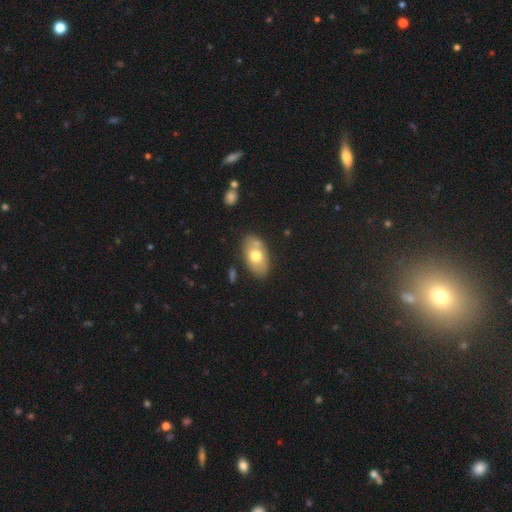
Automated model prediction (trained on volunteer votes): smooth 66%, featured or disk 27%, star or artifact 7%. Down the decision tree: how rounded — in between (91%); merging — none (72%).